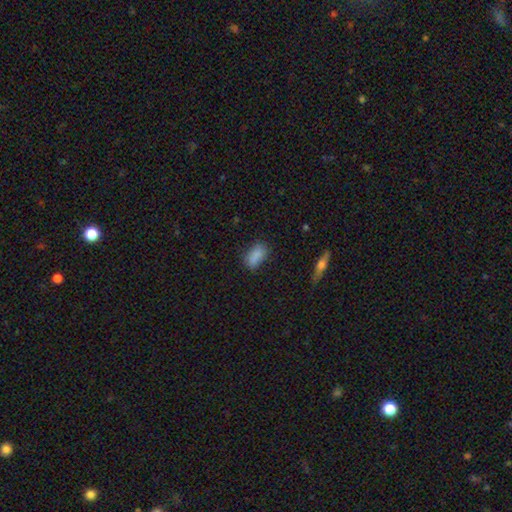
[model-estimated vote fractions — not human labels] A smooth galaxy with no disk features (85%) that is in between round and cigar-shaped (89%).

Vote fractions:
- Smooth or featured? smooth: 85% / star or artifact: 9% / featured or disk: 6%
- How rounded? in between: 89% / cigar-shaped: 6% / round: 5%
- Merging? none: 73% / minor disturbance: 20% / major disturbance: 5% / merger: 2%